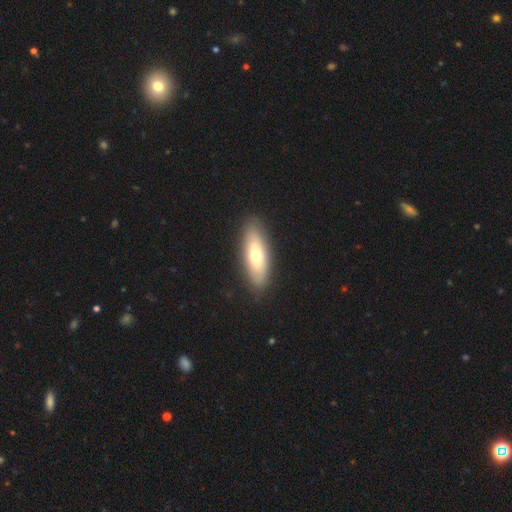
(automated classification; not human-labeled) smooth_or_featured: smooth (p=0.59) [alt: featured or disk p=0.35]
how_rounded: in between (p=0.65) [alt: cigar-shaped p=0.32]
merging: none (p=0.88) [alt: minor disturbance p=0.09]